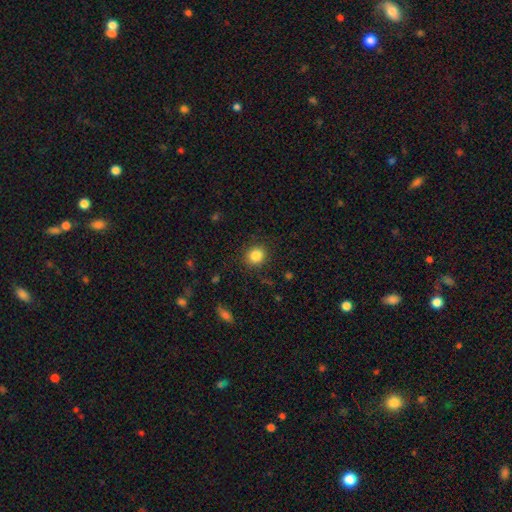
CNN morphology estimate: A smooth galaxy with no disk features (85%) that is round (80%).

Vote fractions:
- Smooth or featured? smooth: 85% / star or artifact: 10% / featured or disk: 5%
- How rounded? round: 80% / in between: 19% / cigar-shaped: 1%
- Merging? none: 88% / minor disturbance: 8% / major disturbance: 3% / merger: 1%